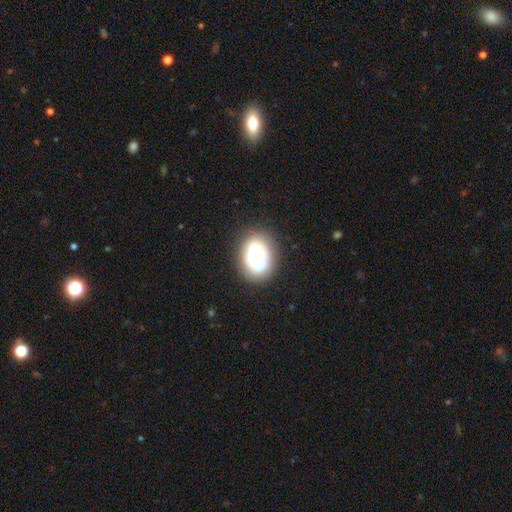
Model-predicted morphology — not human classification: smooth_or_featured: smooth (p=0.49) [alt: featured or disk p=0.42]
merging: none (p=0.76) [alt: minor disturbance p=0.16]